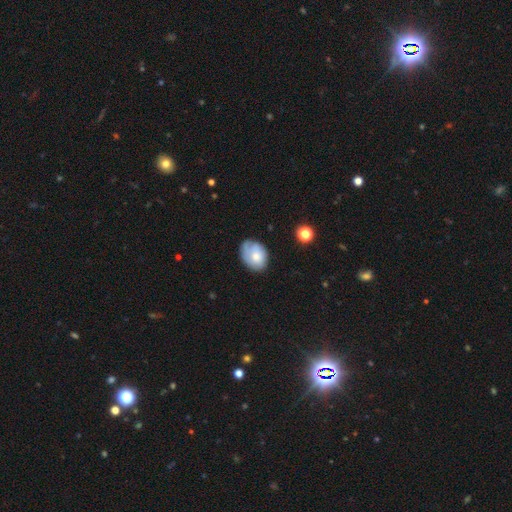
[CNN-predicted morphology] smooth 67%, featured or disk 25%, star or artifact 8%. Down the decision tree: how rounded — in between (68%); merging — none (60%).